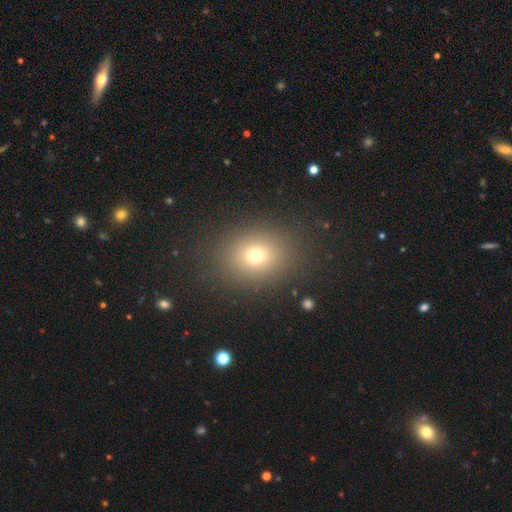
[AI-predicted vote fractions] The model was most divided on "how rounded": round: 52%, in between: 47%, cigar-shaped: 1%. More confident: merging — none (87%); smooth or featured — smooth (71%).